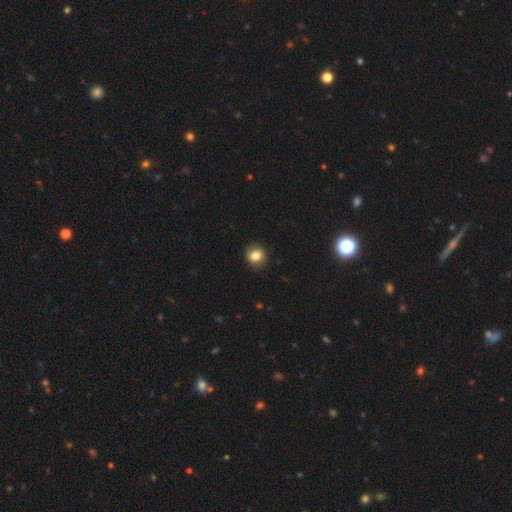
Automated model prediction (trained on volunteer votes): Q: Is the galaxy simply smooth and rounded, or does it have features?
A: smooth — 82%.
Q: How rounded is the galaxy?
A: round — 74%.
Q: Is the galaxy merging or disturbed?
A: none — 85%.